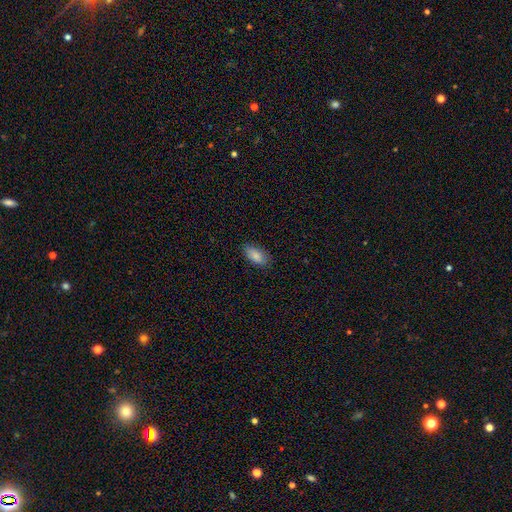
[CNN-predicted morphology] Smooth or featured? Predicted: smooth (p=0.86). How rounded? Predicted: in between (p=0.91). Merging? Predicted: none (p=0.81).